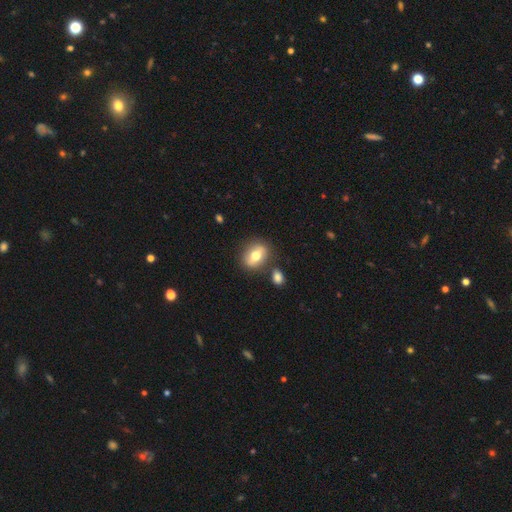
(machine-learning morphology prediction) Smooth or featured? smooth (65%)
How rounded? in between (63%)
Merging? none (76%)